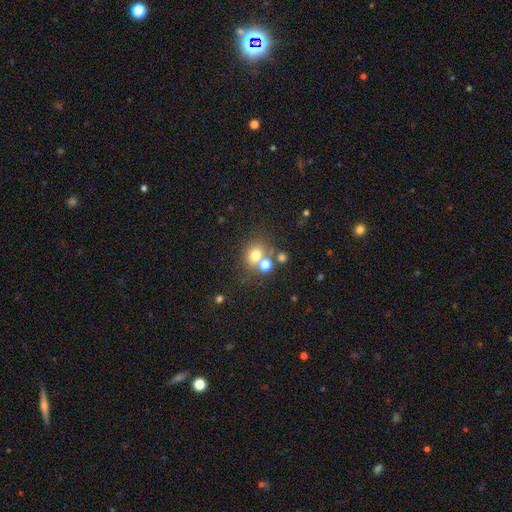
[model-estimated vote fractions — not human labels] The model was most divided on "merging": none: 52%, merger: 33%, minor disturbance: 10%, major disturbance: 5%. More confident: smooth or featured — smooth (71%); how rounded — round (68%).